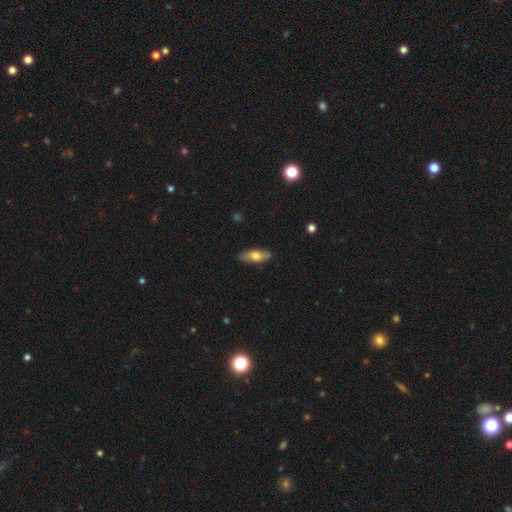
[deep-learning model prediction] smooth_or_featured: smooth (p=0.67) [alt: featured or disk p=0.27]
how_rounded: in between (p=0.74) [alt: cigar-shaped p=0.24]
merging: none (p=0.87) [alt: minor disturbance p=0.10]